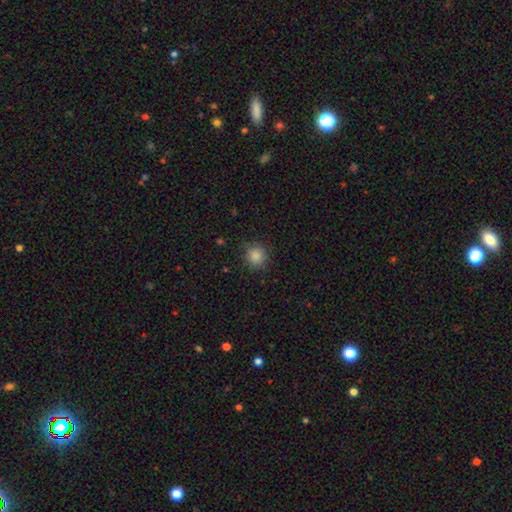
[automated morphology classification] A smooth galaxy with no disk features (86%) that is round (91%).

Vote fractions:
- Smooth or featured? smooth: 86% / star or artifact: 11% / featured or disk: 3%
- How rounded? round: 91% / in between: 8% / cigar-shaped: 1%
- Merging? none: 88% / minor disturbance: 9% / major disturbance: 3% / merger: 1%